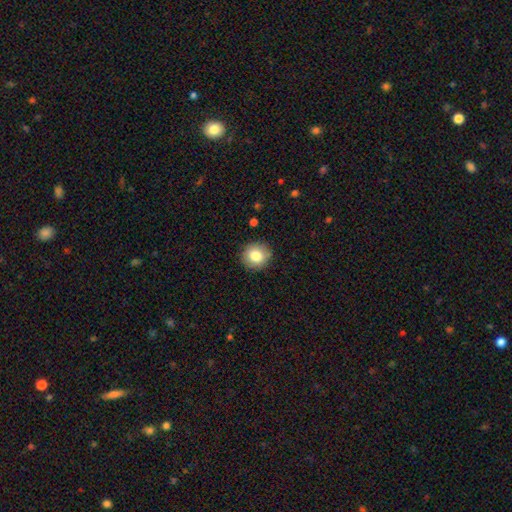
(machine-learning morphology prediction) smooth 82%, featured or disk 9%, star or artifact 9%. Down the decision tree: how rounded — round (90%); merging — none (90%).